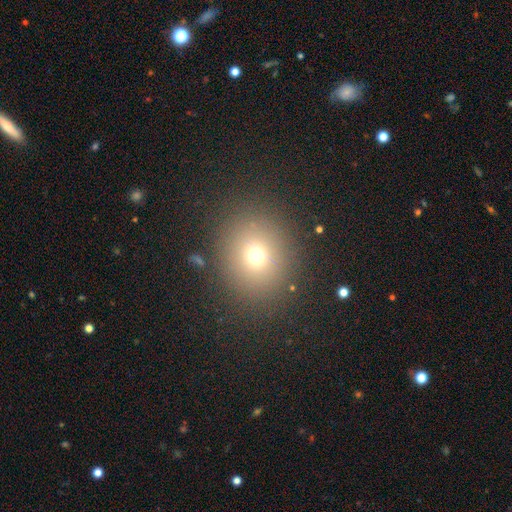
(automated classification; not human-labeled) Smooth or featured?
  - smooth: 70% *
  - star or artifact: 20%
  - featured or disk: 10%
How rounded?
  - round: 72% *
  - in between: 27%
  - cigar-shaped: 1%
Merging?
  - none: 88% *
  - minor disturbance: 7%
  - major disturbance: 3%
  - merger: 2%